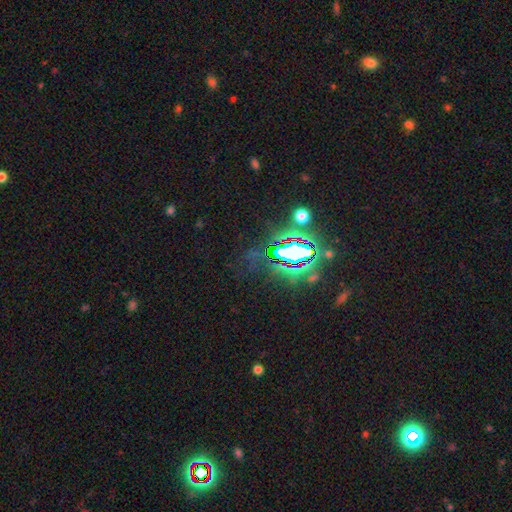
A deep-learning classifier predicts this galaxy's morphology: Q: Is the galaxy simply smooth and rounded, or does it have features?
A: star or artifact — 83%.